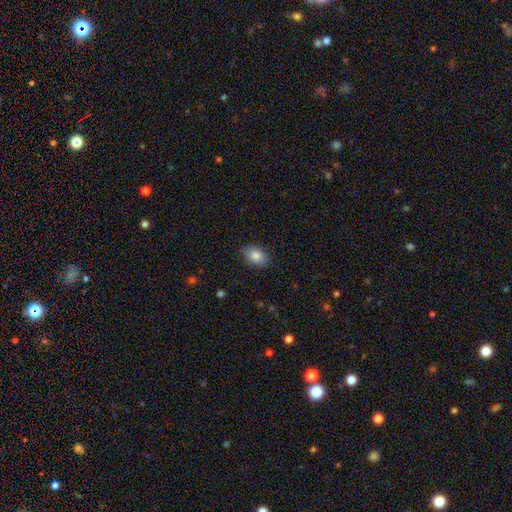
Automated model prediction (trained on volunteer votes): Q: Smooth or featured?
A: smooth (85%); runner-up: star or artifact (8%)
Q: How rounded?
A: in between (80%); runner-up: round (18%)
Q: Merging?
A: none (87%); runner-up: minor disturbance (10%)